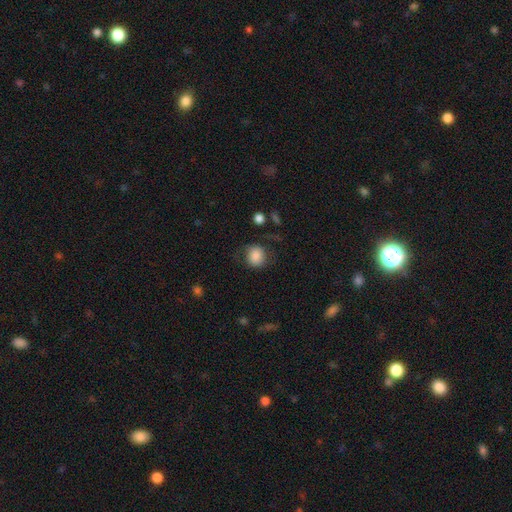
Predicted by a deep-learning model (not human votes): Overall: smooth (81%). How rounded: round (78%). Merging: none (67%).